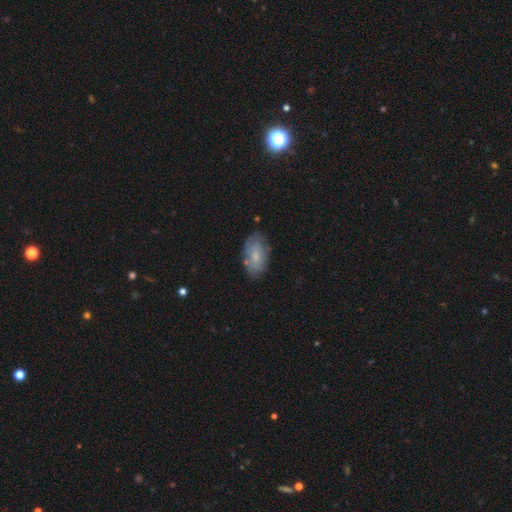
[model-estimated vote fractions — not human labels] The model was most divided on "smooth or featured": smooth: 66%, featured or disk: 27%, star or artifact: 7%. More confident: how rounded — in between (93%); merging — none (71%).